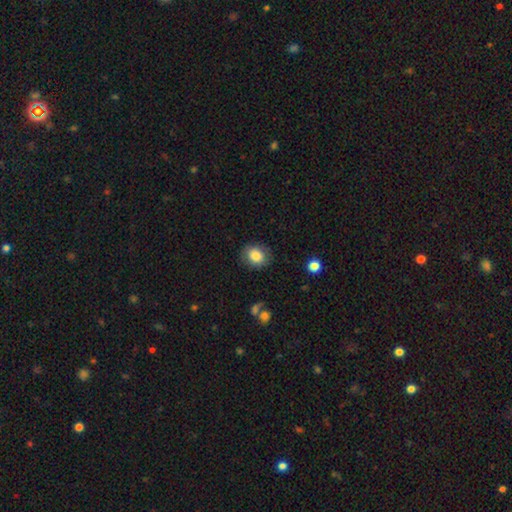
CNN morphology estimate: smooth_or_featured: smooth (p=0.83) [alt: featured or disk p=0.09]
how_rounded: round (p=0.59) [alt: in between p=0.40]
merging: none (p=0.80) [alt: minor disturbance p=0.14]